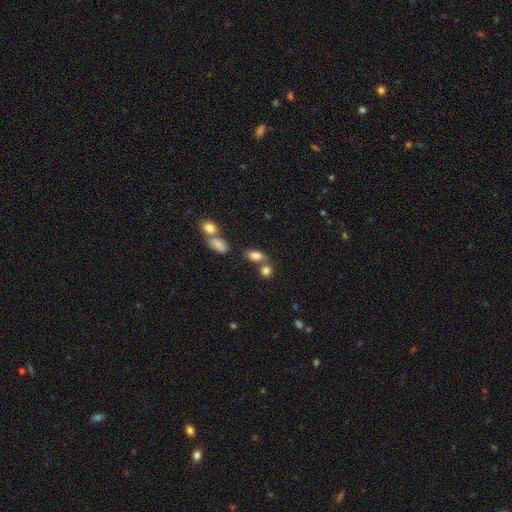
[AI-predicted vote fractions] A smooth galaxy with no disk features (80%) that is in between round and cigar-shaped (83%). Merging: none (45%).